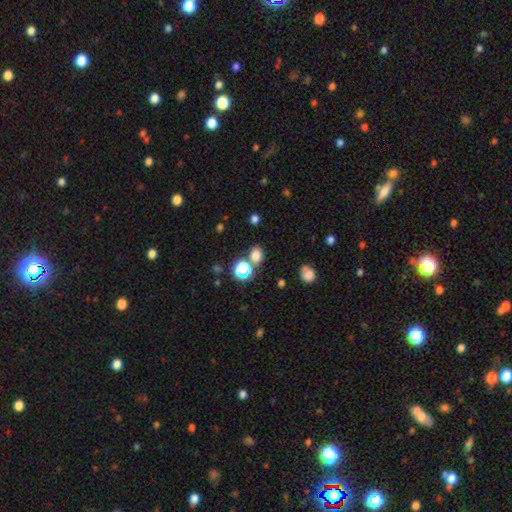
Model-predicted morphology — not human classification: A smooth galaxy with no disk features (73%) that is round (57%).

Vote fractions:
- Smooth or featured? smooth: 73% / star or artifact: 21% / featured or disk: 6%
- How rounded? round: 57% / in between: 42% / cigar-shaped: 1%
- Merging? none: 71% / merger: 14% / minor disturbance: 10% / major disturbance: 4%